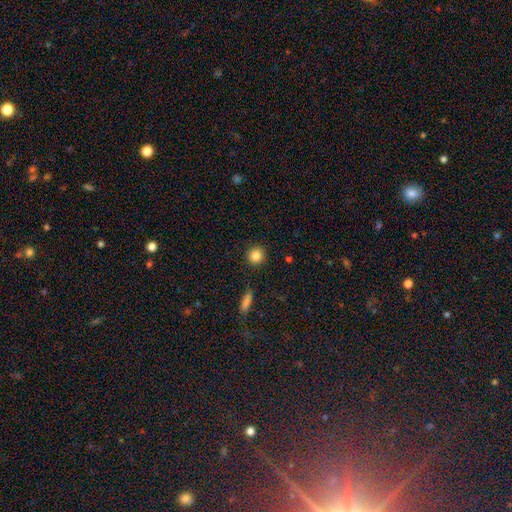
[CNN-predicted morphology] Smooth or featured: smooth — 85% (star or artifact — 10%)
How rounded: round — 92% (in between — 7%)
Merging: none — 90% (minor disturbance — 6%)